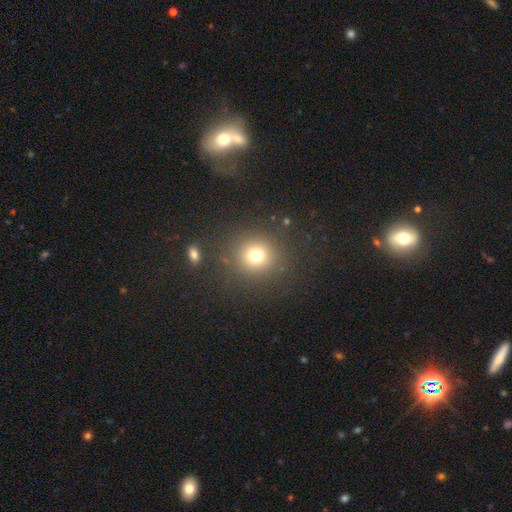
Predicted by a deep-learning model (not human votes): Overall: smooth (74%). How rounded: round (92%). Merging: none (86%).